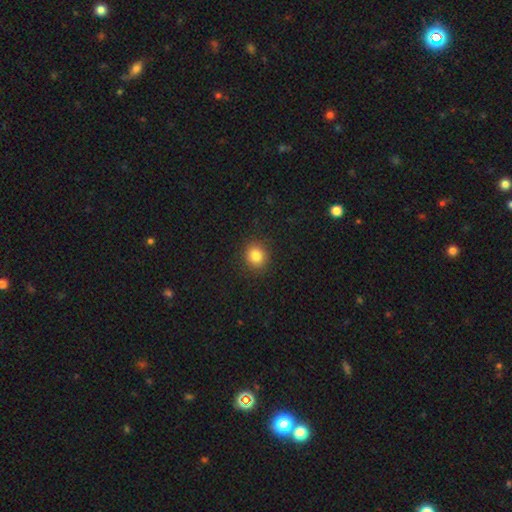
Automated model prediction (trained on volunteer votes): Smooth or featured: smooth — 83% (star or artifact — 11%)
How rounded: round — 80% (in between — 19%)
Merging: none — 90% (minor disturbance — 6%)